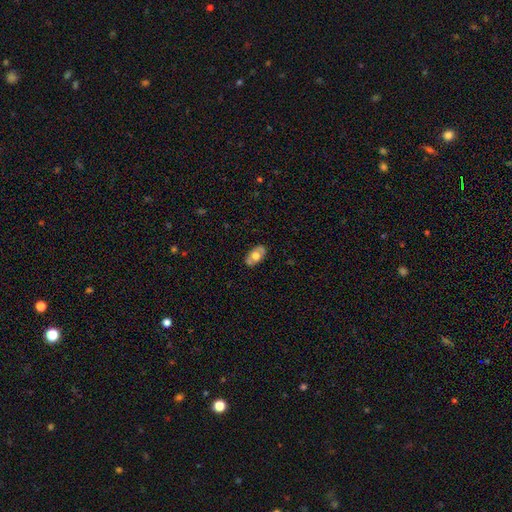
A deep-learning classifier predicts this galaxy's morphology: type=smooth (54%); roundness=in between (90%); merging=none (81%).